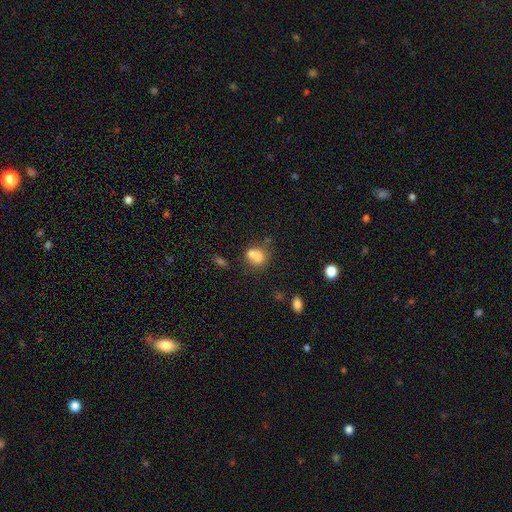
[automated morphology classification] Smooth or featured?
  - smooth: 72% *
  - featured or disk: 17%
  - star or artifact: 12%
How rounded?
  - round: 70% *
  - in between: 29%
  - cigar-shaped: 1%
Merging?
  - merger: 51% *
  - none: 34%
  - minor disturbance: 10%
  - major disturbance: 5%